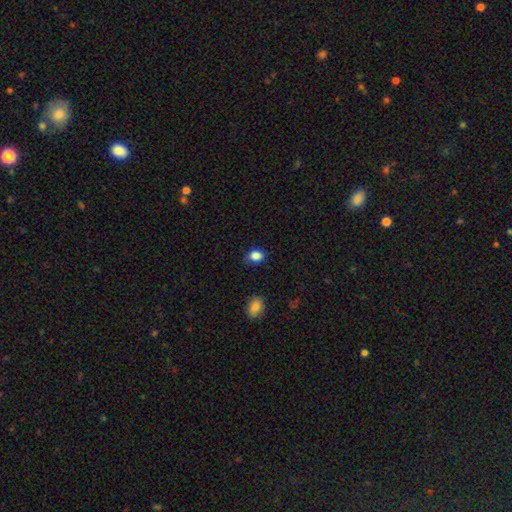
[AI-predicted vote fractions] A smooth galaxy with no disk features (86%) that is in between round and cigar-shaped (66%).

Vote fractions:
- Smooth or featured? smooth: 86% / star or artifact: 10% / featured or disk: 4%
- How rounded? in between: 66% / round: 33% / cigar-shaped: 1%
- Merging? none: 83% / minor disturbance: 13% / major disturbance: 3% / merger: 1%